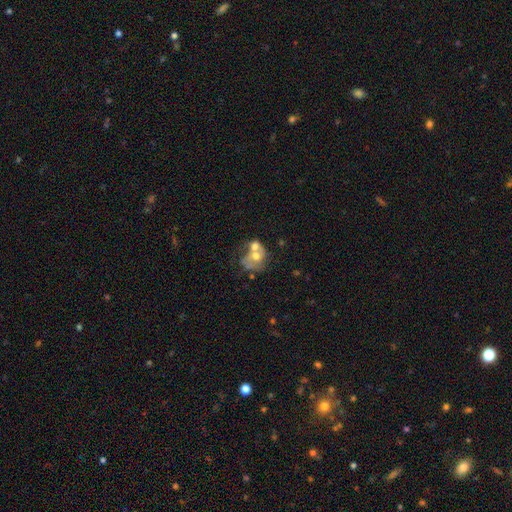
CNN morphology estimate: Q: Smooth or featured?
A: featured or disk (48%); runner-up: smooth (43%)
Q: Merging?
A: merger (60%); runner-up: none (18%)